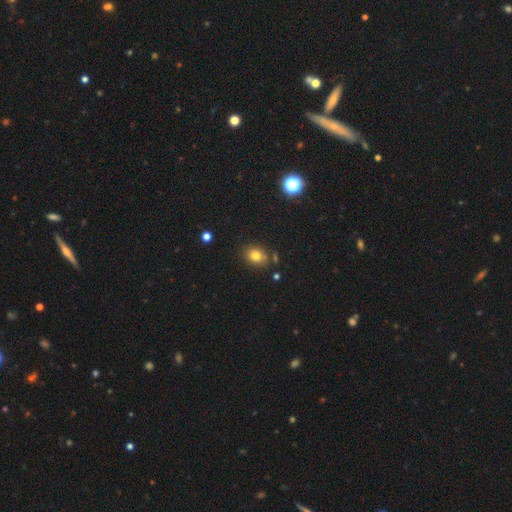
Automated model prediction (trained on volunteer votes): This appears to be a smooth galaxy with no disk features (79%) that is round (50%). Merging: none (77%).